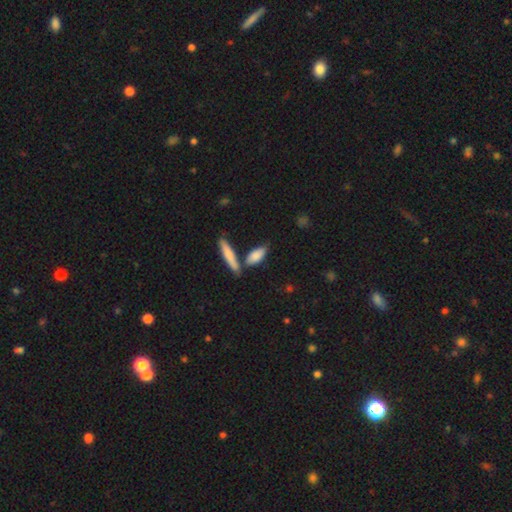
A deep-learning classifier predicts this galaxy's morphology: Overall: smooth (80%). How rounded: in between (59%; cigar-shaped 37%). Merging: none (60%; merger 21%).